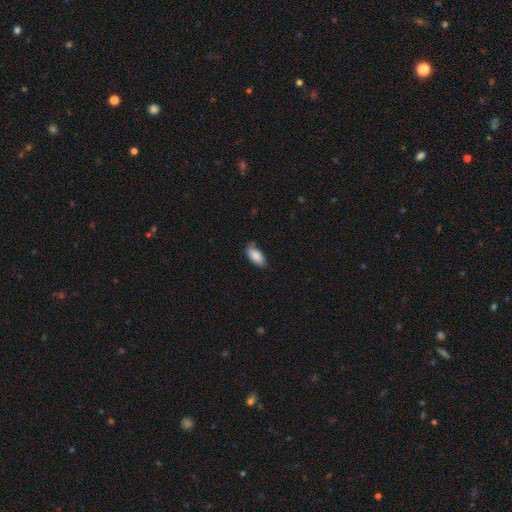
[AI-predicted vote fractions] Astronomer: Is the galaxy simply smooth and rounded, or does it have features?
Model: smooth — 87%.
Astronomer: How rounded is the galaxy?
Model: in between — 89%.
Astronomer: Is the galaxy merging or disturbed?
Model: none — 71%.